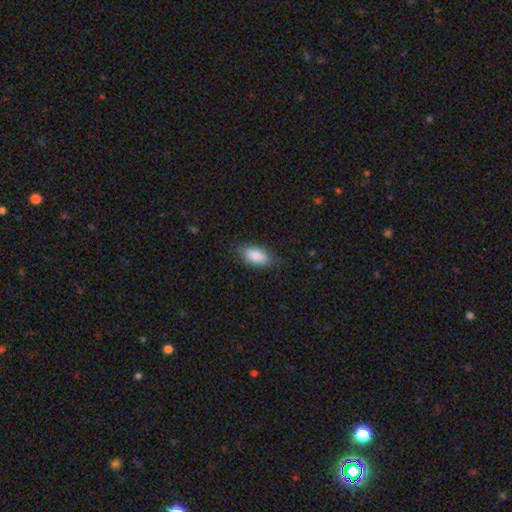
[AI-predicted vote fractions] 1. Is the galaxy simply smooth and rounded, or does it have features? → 88% smooth, 6% featured or disk, 6% star or artifact.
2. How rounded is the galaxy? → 88% in between, 9% cigar-shaped, 3% round.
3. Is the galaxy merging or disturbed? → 80% none, 16% minor disturbance, 4% major disturbance, 1% merger.